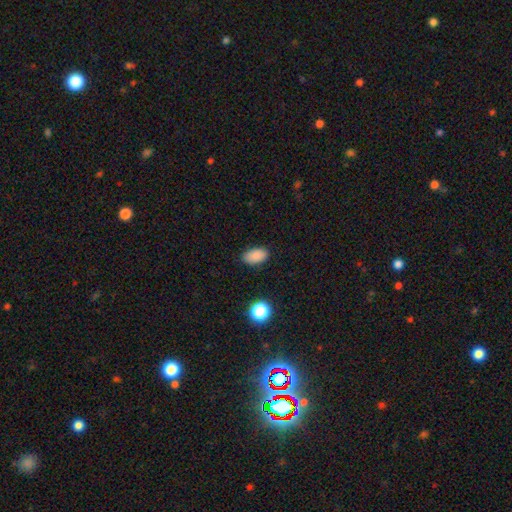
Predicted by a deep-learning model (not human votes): A smooth galaxy with no disk features (87%) that is in between round and cigar-shaped (92%).

Vote fractions:
- Smooth or featured? smooth: 87% / star or artifact: 10% / featured or disk: 4%
- How rounded? in between: 92% / round: 6% / cigar-shaped: 2%
- Merging? none: 87% / minor disturbance: 9% / major disturbance: 2% / merger: 1%